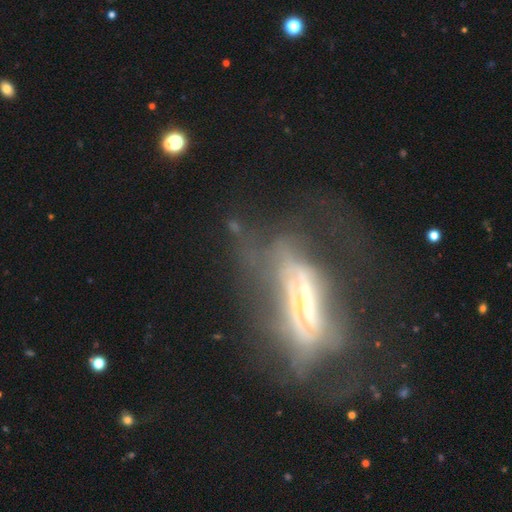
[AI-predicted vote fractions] Overall: featured or disk (65%). Edge-on disk: no (67%; yes 33%). Merging: major disturbance (40%; none 37%).